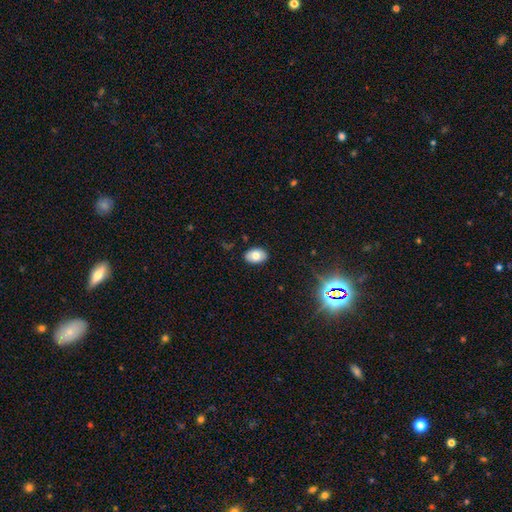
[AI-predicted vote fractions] This appears to be a smooth galaxy with no disk features (76%) that is in between round and cigar-shaped (87%). Merging: none (87%).